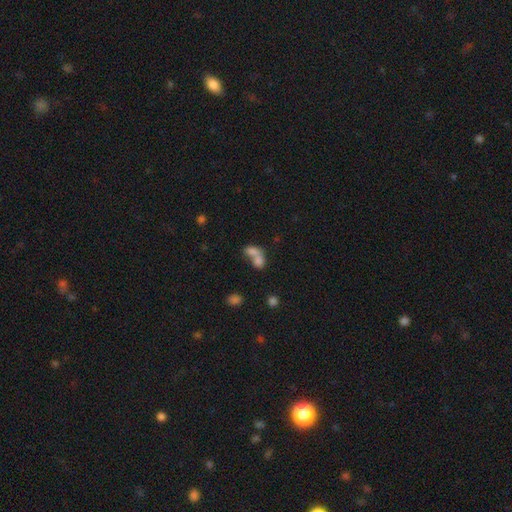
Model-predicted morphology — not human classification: Smooth or featured?
  - smooth: 73% *
  - featured or disk: 16%
  - star or artifact: 11%
How rounded?
  - in between: 72% *
  - round: 26%
  - cigar-shaped: 3%
Merging?
  - merger: 72% *
  - none: 18%
  - minor disturbance: 5%
  - major disturbance: 5%